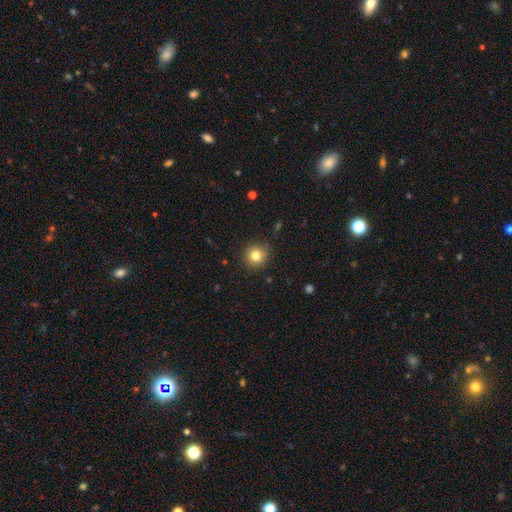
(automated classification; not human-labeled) Smooth or featured? smooth (81%)
How rounded? round (92%)
Merging? none (88%)